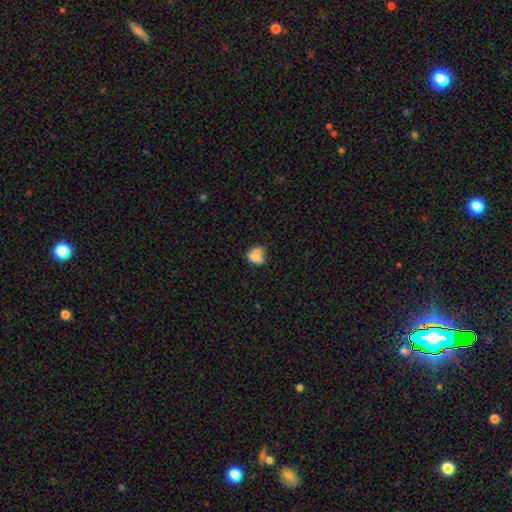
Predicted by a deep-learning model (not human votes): A smooth galaxy with no disk features (67%) that is in between round and cigar-shaped (51%).

Vote fractions:
- Smooth or featured? smooth: 67% / featured or disk: 23% / star or artifact: 10%
- How rounded? in between: 51% / round: 47% / cigar-shaped: 2%
- Merging? merger: 43% / none: 33% / minor disturbance: 16% / major disturbance: 9%